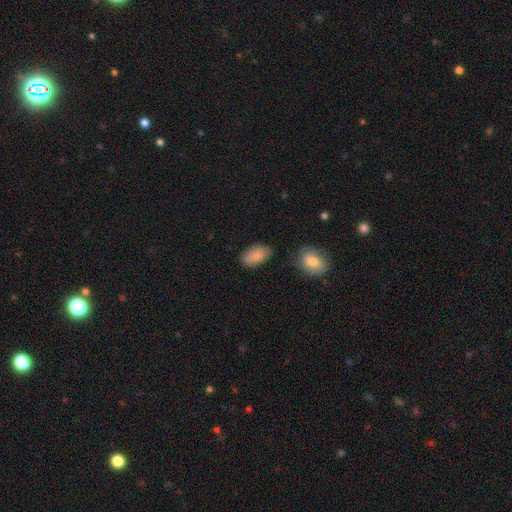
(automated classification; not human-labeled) Overall: smooth (82%). How rounded: in between (92%). Merging: none (72%).